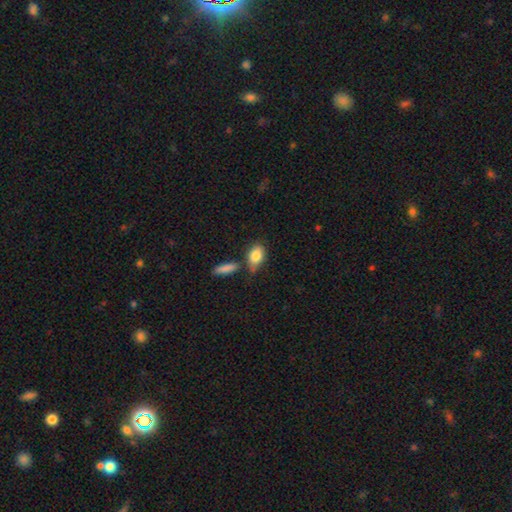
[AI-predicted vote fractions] Smooth or featured: smooth — 84% (featured or disk — 9%)
How rounded: in between — 86% (round — 10%)
Merging: none — 55% (merger — 20%)